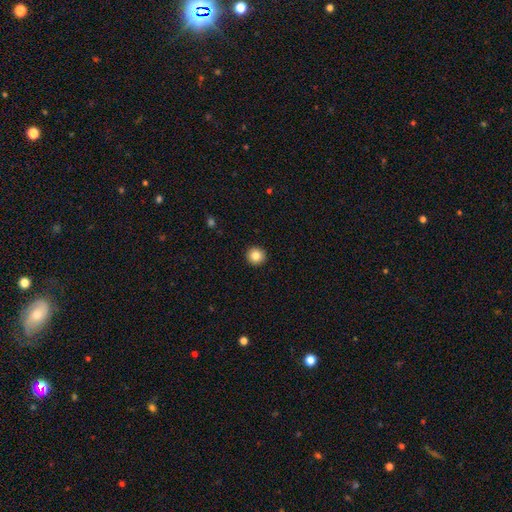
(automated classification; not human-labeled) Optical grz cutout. It shows a smooth galaxy with no disk features (83%) that is round (94%). Merging: none (93%).